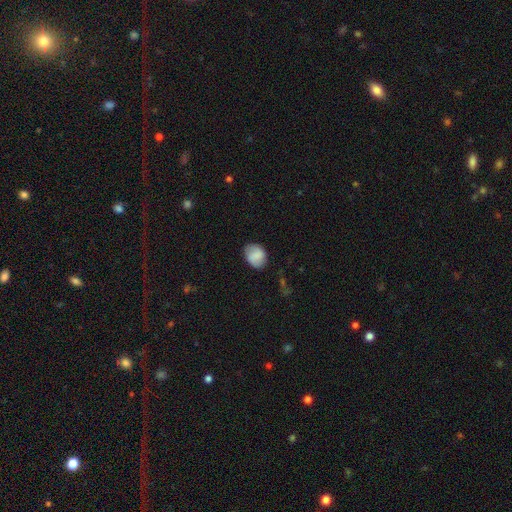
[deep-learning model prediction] This is likely a smooth galaxy (79%). How rounded: possibly in between (58%). Merging: likely none (79%).